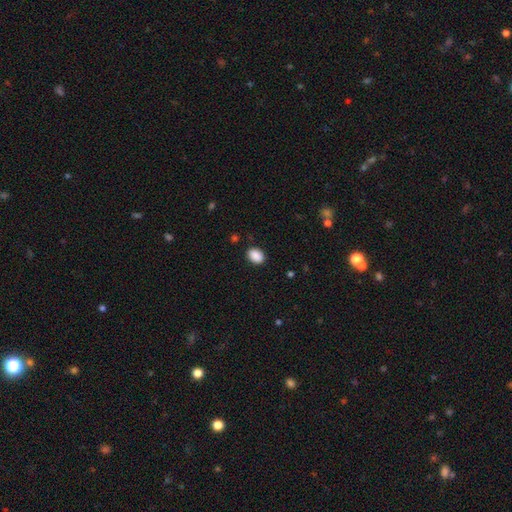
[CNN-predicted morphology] smooth_or_featured: smooth (p=0.90) [alt: star or artifact p=0.08]
how_rounded: in between (p=0.79) [alt: round p=0.20]
merging: none (p=0.88) [alt: minor disturbance p=0.09]